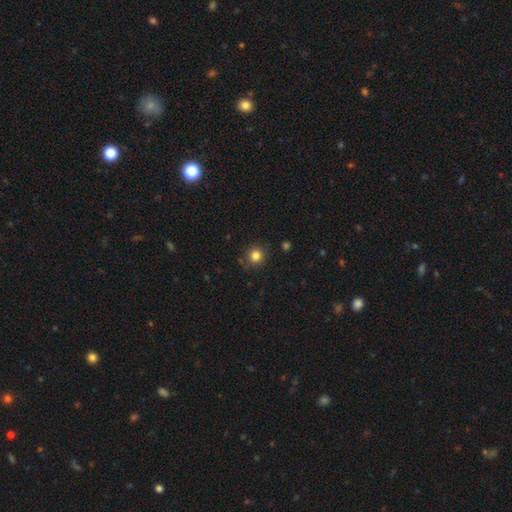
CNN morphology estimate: Smooth or featured: smooth — 82% (star or artifact — 12%)
How rounded: round — 91% (in between — 8%)
Merging: none — 85% (minor disturbance — 11%)